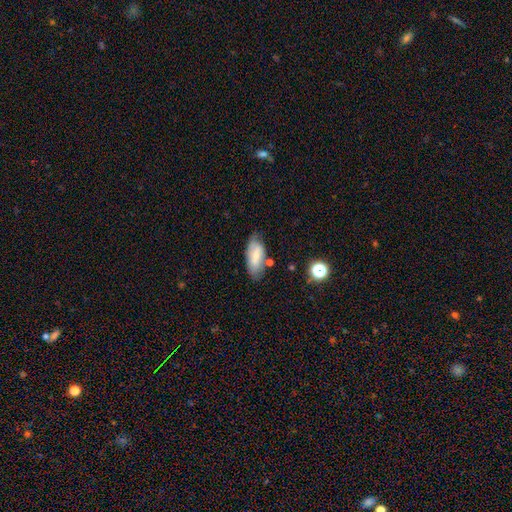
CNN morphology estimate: The model was most divided on "merging": none: 66%, minor disturbance: 23%, major disturbance: 6%, merger: 5%. More confident: how rounded — in between (87%); smooth or featured — smooth (67%).